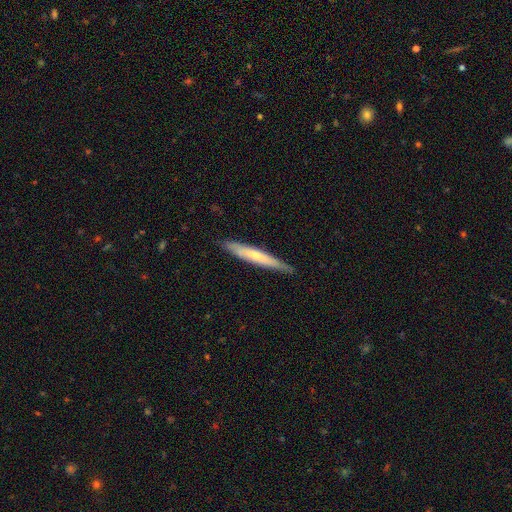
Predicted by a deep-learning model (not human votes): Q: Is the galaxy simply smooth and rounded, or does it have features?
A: smooth — 50%.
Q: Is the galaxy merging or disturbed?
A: none — 86%.